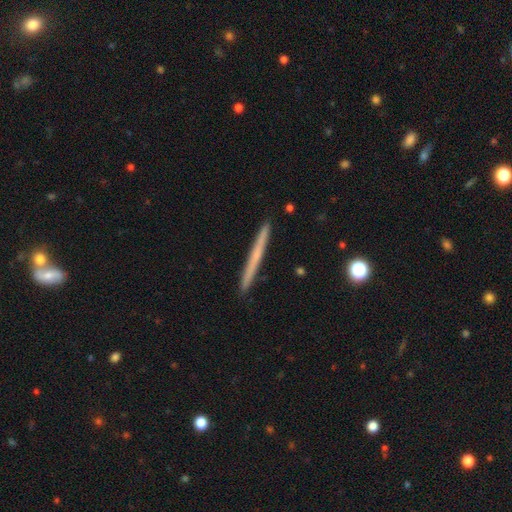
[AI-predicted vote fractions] Morphology: type=smooth (48%); merging=none (92%).